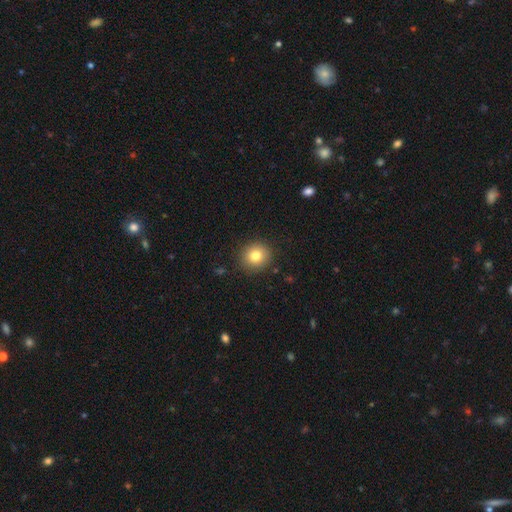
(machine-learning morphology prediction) type=smooth (79%); roundness=round (86%); merging=none (89%).